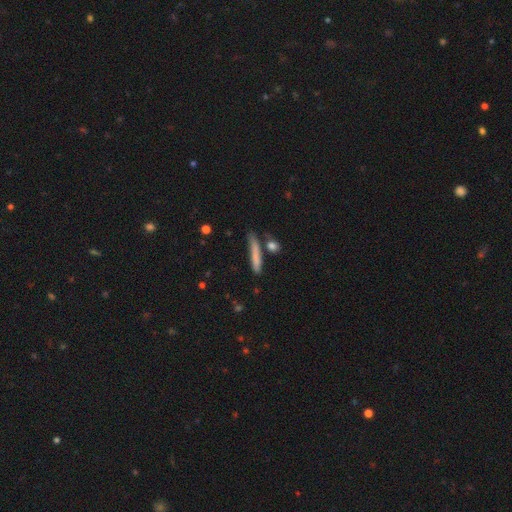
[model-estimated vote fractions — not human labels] A smooth galaxy with no disk features (76%) that is cigar-shaped (91%). Merging: none (71%).